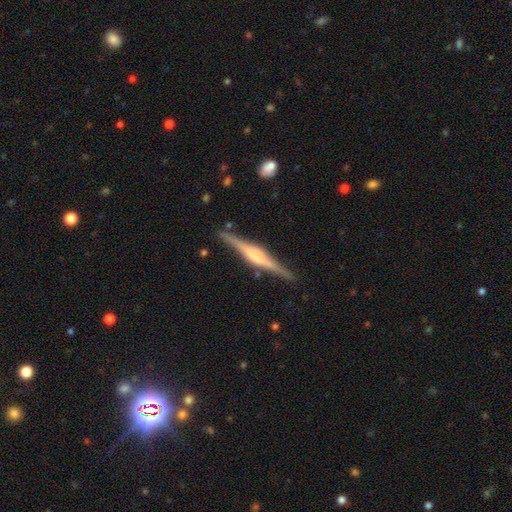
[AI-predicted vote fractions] A featured or disk galaxy (80%) viewed edge-on (98%) with a rounded central bulge (54%).

Vote fractions:
- Smooth or featured? featured or disk: 80% / smooth: 14% / star or artifact: 5%
- Edge-on disk? yes: 98% / no: 2%
- Edge-on bulge? rounded: 54% / boxy: 40% / none: 7%
- Merging? none: 87% / minor disturbance: 10% / major disturbance: 2% / merger: 2%